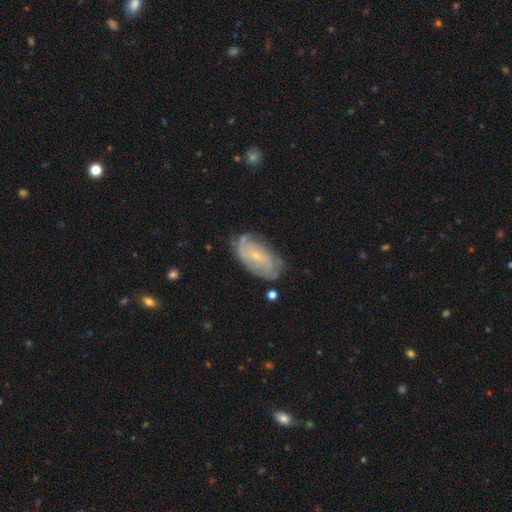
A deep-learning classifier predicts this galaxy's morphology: featured or disk 71%, smooth 22%, star or artifact 7%. Down the decision tree: edge-on disk — no (95%); bar — no (65%); spiral arms — yes (88%); spiral arm count — can't tell (44%); spiral winding — tight (56%); bulge size — small (78%); merging — none (70%).